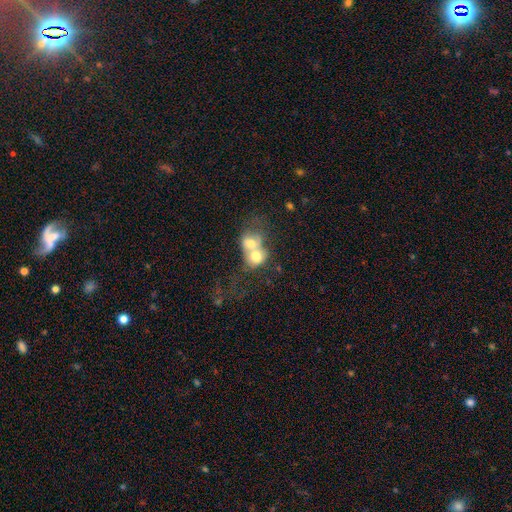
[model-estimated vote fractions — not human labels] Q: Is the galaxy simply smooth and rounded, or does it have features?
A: smooth — 65%.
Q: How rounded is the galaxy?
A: round — 61%.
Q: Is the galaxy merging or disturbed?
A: merger — 77%.